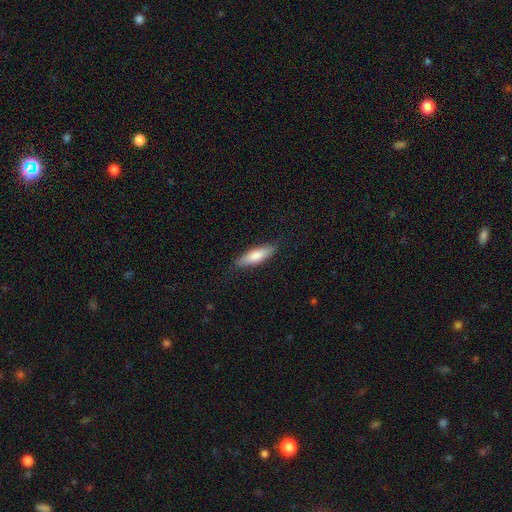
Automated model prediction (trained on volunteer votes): This is likely a smooth galaxy (75%). How rounded: possibly cigar-shaped (57%). Merging: clearly none (81%).